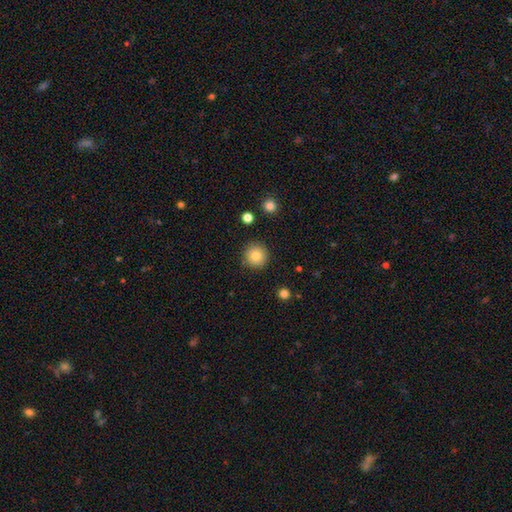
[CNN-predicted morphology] Smooth or featured? smooth (83%)
How rounded? round (95%)
Merging? none (90%)